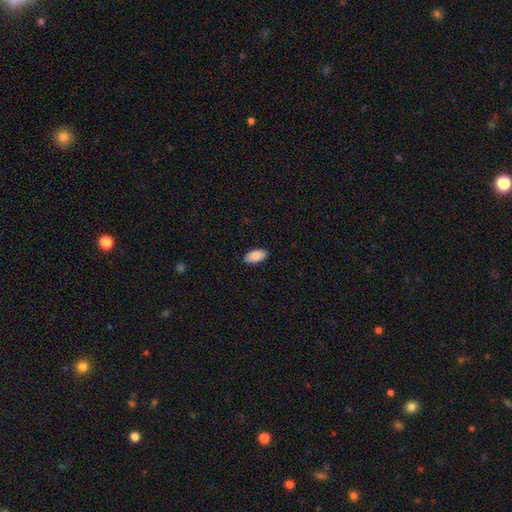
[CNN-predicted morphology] Smooth or featured?
  - smooth: 89% *
  - star or artifact: 6%
  - featured or disk: 5%
How rounded?
  - in between: 94% *
  - cigar-shaped: 4%
  - round: 2%
Merging?
  - none: 89% *
  - minor disturbance: 8%
  - major disturbance: 2%
  - merger: 1%